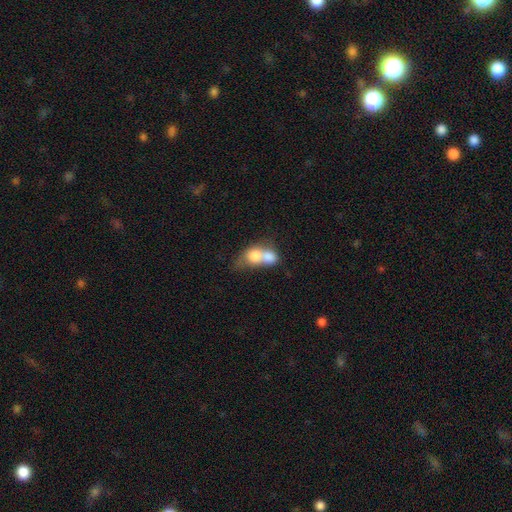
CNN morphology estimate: smooth 72%, featured or disk 20%, star or artifact 8%. Down the decision tree: how rounded — in between (52%); merging — merger (80%).